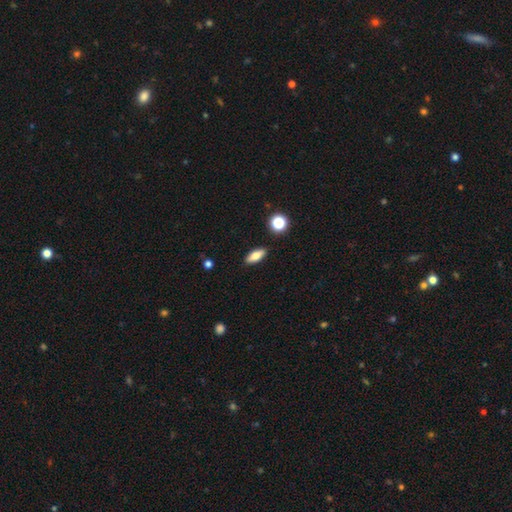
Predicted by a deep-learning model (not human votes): The model was most divided on "how rounded": in between: 70%, cigar-shaped: 25%, round: 4%. More confident: merging — none (89%); smooth or featured — smooth (75%).